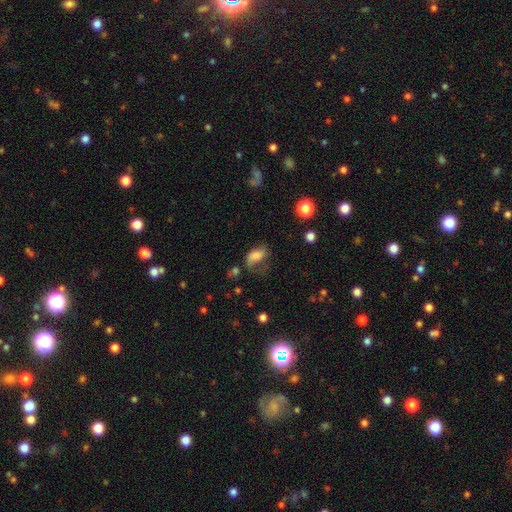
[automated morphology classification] This is possibly a smooth galaxy (56%). How rounded: clearly in between (83%). Merging: marginally none (37%).